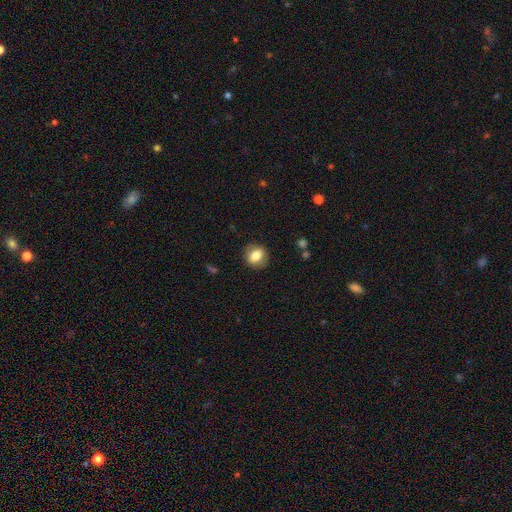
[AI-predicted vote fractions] smooth_or_featured: smooth (p=0.76) [alt: featured or disk p=0.15]
how_rounded: round (p=0.62) [alt: in between p=0.37]
merging: none (p=0.86) [alt: minor disturbance p=0.10]